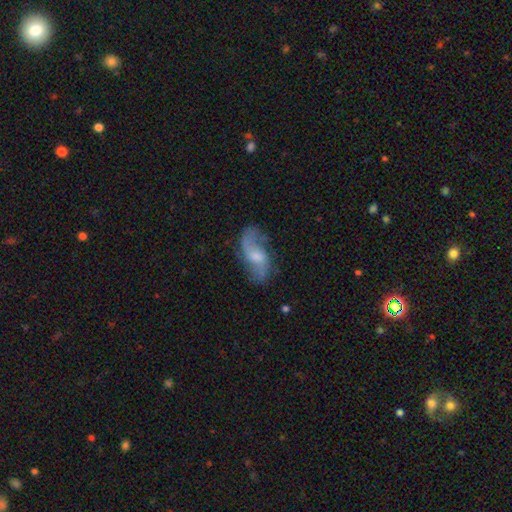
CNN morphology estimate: This appears to be a featured or disk galaxy (71%) with no bar (48%), 2 (85%) loose (71%) spiral arms (89%) and a moderate central bulge (48%). Merging: none (63%).